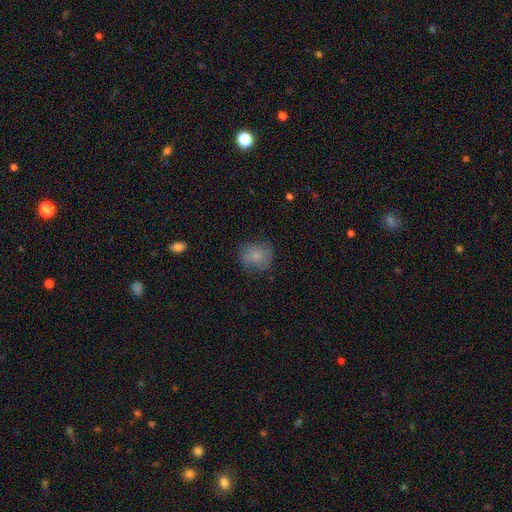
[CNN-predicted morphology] Smooth or featured? smooth (74%)
How rounded? round (75%)
Merging? none (63%)